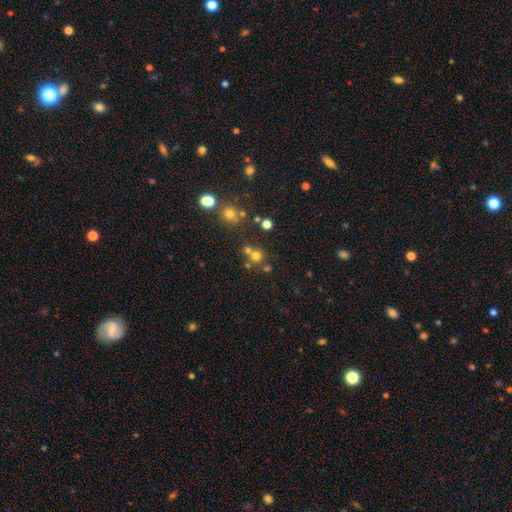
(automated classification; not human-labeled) This is likely a smooth galaxy (67%). How rounded: clearly round (90%). Merging: likely none (61%).